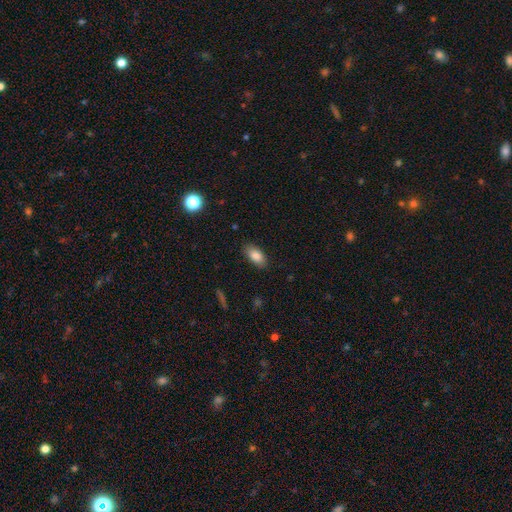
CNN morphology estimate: smooth-or-featured: smooth: 85% | star or artifact: 7% | featured or disk: 7%
  how-rounded: in between: 92% | cigar-shaped: 5% | round: 4%
  merging: none: 86% | minor disturbance: 10% | major disturbance: 3% | merger: 1%